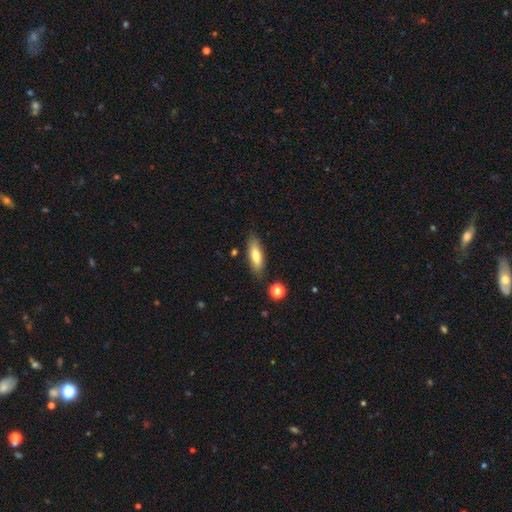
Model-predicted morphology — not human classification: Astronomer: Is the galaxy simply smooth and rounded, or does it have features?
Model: smooth — 72%.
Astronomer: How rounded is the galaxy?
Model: in between — 52% (runner-up: cigar-shaped, 45%).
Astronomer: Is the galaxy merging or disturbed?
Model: none — 81%.